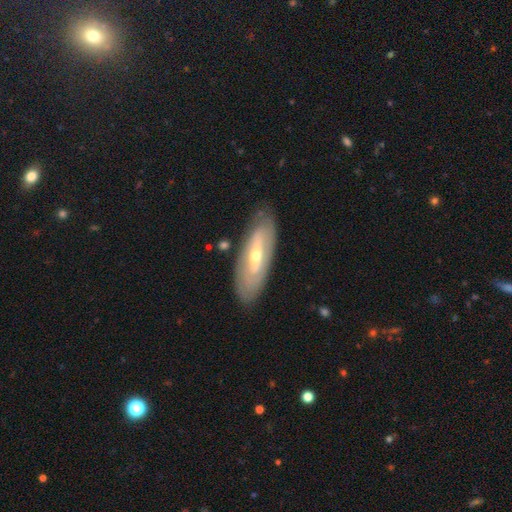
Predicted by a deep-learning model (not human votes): Smooth or featured?
  - featured or disk: 67% *
  - smooth: 27%
  - star or artifact: 6%
Edge-on disk?
  - no: 75% *
  - yes: 25%
Bar?
  - weak: 35% * (tied)
  - no: 35% * (tied)
  - strong: 30%
Spiral arms?
  - no: 58% *
  - yes: 42%
Bulge size?
  - moderate: 55% *
  - small: 40%
  - large: 3%
  - none: 1%
  - dominant: 1%
Merging?
  - none: 82% *
  - minor disturbance: 12%
  - major disturbance: 3%
  - merger: 2%